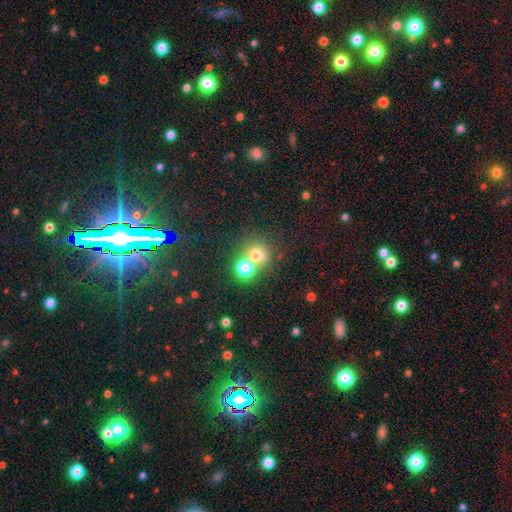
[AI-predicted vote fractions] Q: Smooth or featured?
A: smooth (68%); runner-up: star or artifact (21%)
Q: How rounded?
A: round (84%); runner-up: in between (15%)
Q: Merging?
A: none (51%); runner-up: merger (38%)